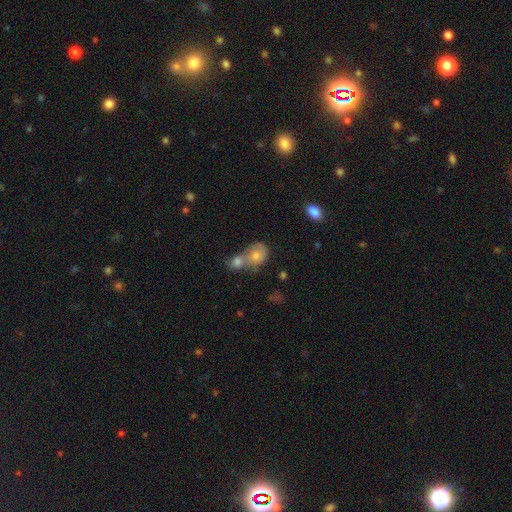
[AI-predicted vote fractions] smooth-or-featured: smooth: 57% | featured or disk: 28% | star or artifact: 15%
  how-rounded: round: 58% | in between: 40% | cigar-shaped: 2%
  merging: merger: 57% | none: 29% | minor disturbance: 9% | major disturbance: 5%